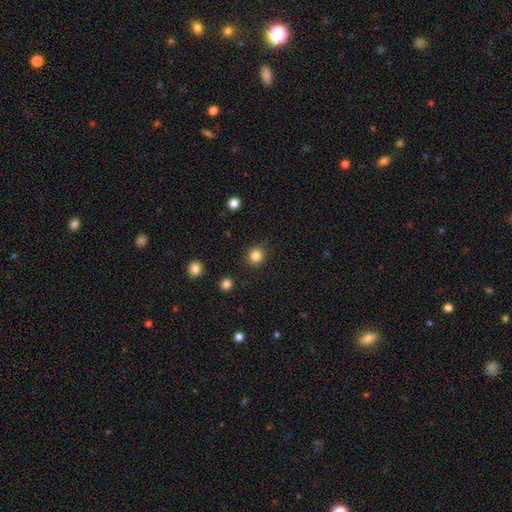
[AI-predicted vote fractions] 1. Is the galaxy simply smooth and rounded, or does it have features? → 85% smooth, 11% star or artifact, 4% featured or disk.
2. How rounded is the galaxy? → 91% round, 8% in between, 1% cigar-shaped.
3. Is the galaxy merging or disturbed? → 90% none, 7% minor disturbance, 2% major disturbance, 1% merger.